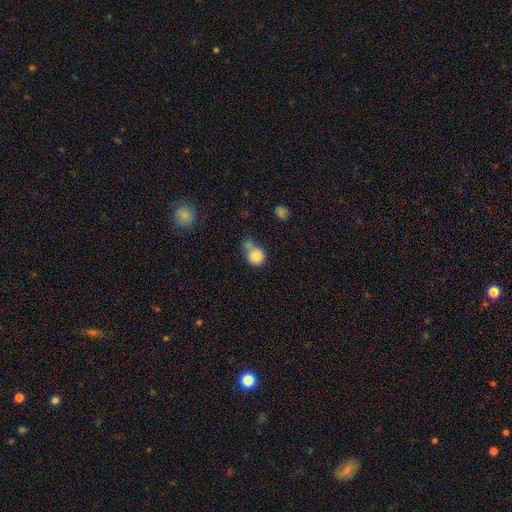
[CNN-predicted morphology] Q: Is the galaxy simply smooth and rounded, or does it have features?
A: smooth — 83%.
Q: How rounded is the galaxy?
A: round — 73%.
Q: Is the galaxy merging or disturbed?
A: none — 36%.